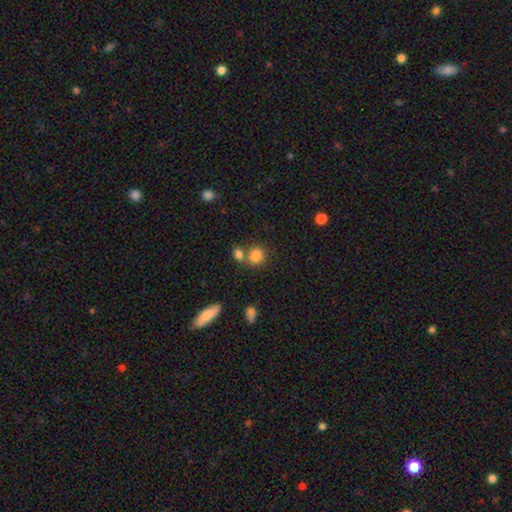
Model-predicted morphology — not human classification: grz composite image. It shows a smooth galaxy with no disk features (83%) that is round (64%). Merging: none (57%).